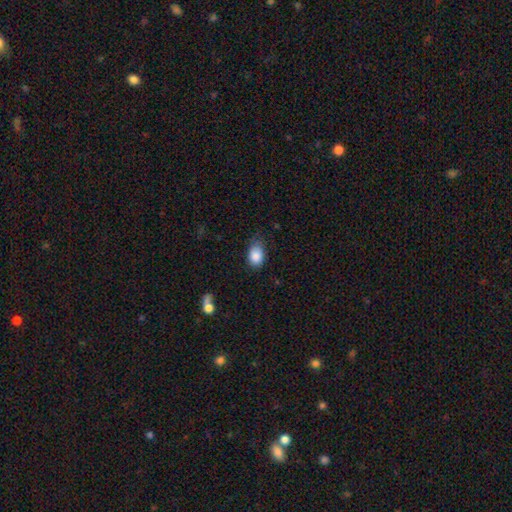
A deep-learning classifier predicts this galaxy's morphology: smooth-or-featured: smooth: 87% | star or artifact: 8% | featured or disk: 5%
  how-rounded: in between: 83% | round: 16% | cigar-shaped: 1%
  merging: none: 65% | minor disturbance: 28% | major disturbance: 5% | merger: 2%